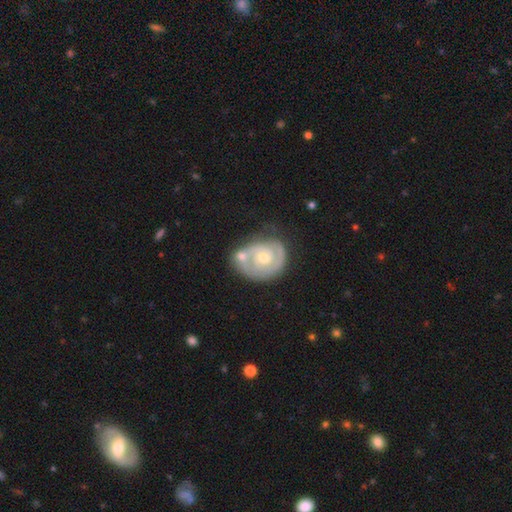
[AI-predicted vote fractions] smooth_or_featured: featured or disk (p=0.76) [alt: smooth p=0.18]
disk_edge_on: no (p=0.97) [alt: yes p=0.03]
bar: no (p=0.80) [alt: weak p=0.17]
has_spiral_arms: yes (p=0.79) [alt: no p=0.21]
spiral_winding: tight (p=0.67) [alt: medium p=0.24]
spiral_arm_count: 2 (p=0.44) [alt: can't tell p=0.26]
bulge_size: moderate (p=0.52) [alt: small p=0.43]
merging: none (p=0.44) [alt: merger p=0.29]